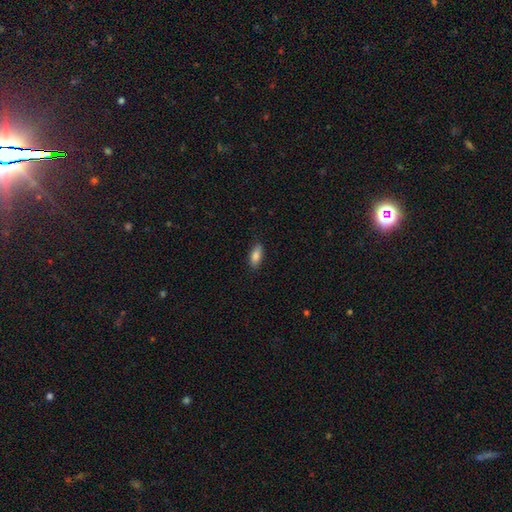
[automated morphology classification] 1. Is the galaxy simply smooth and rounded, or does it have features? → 85% smooth, 8% featured or disk, 7% star or artifact.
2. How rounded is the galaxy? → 85% in between, 13% cigar-shaped, 2% round.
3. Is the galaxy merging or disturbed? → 87% none, 10% minor disturbance, 2% major disturbance, 1% merger.